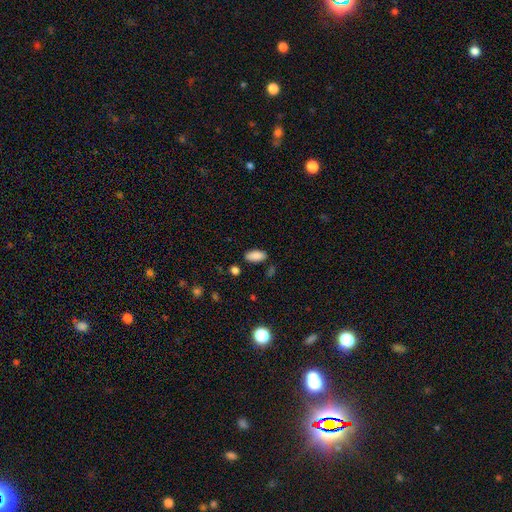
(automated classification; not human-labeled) This is clearly a smooth galaxy (88%). How rounded: clearly in between (90%). Merging: clearly none (84%).